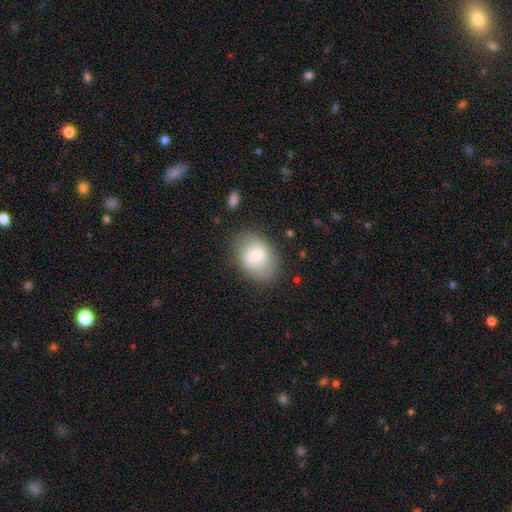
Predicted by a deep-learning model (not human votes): Smooth or featured? Predicted: smooth (p=0.71). How rounded? Predicted: in between (p=0.75). Merging? Predicted: none (p=0.77).